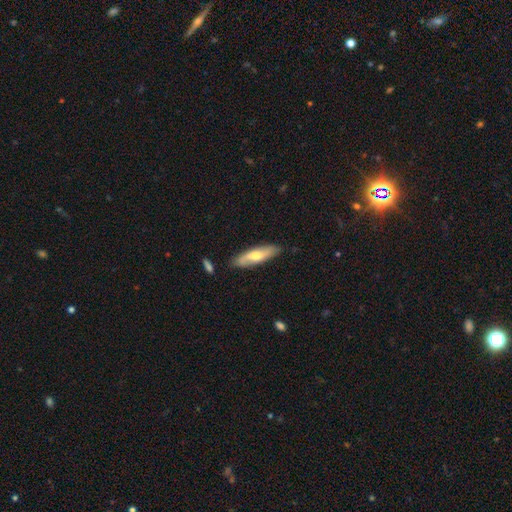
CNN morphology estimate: A smooth galaxy with no disk features (50%) that is cigar-shaped (57%).

Vote fractions:
- Smooth or featured? smooth: 50% / featured or disk: 45% / star or artifact: 5%
- How rounded? cigar-shaped: 57% / in between: 41% / round: 2%
- Merging? none: 83% / minor disturbance: 13% / major disturbance: 2% / merger: 2%